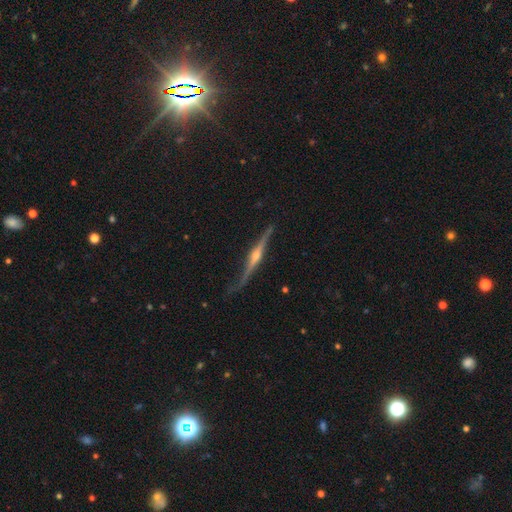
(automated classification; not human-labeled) A featured or disk galaxy (86%) viewed edge-on (96%) with a rounded central bulge (91%). Merging: none (71%).